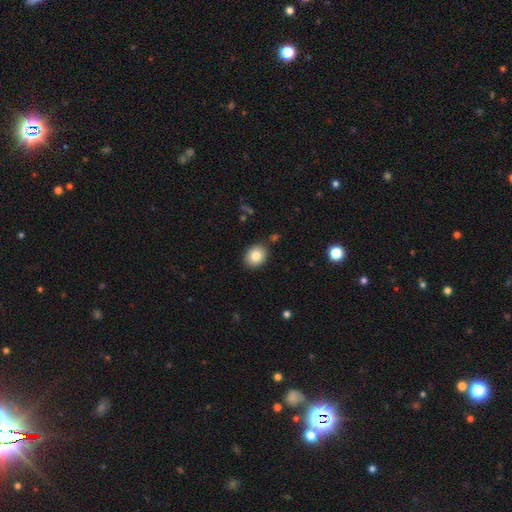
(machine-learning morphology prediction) Q: Smooth or featured?
A: smooth (82%); runner-up: star or artifact (9%)
Q: How rounded?
A: in between (50%); runner-up: round (49%)
Q: Merging?
A: none (86%); runner-up: minor disturbance (9%)